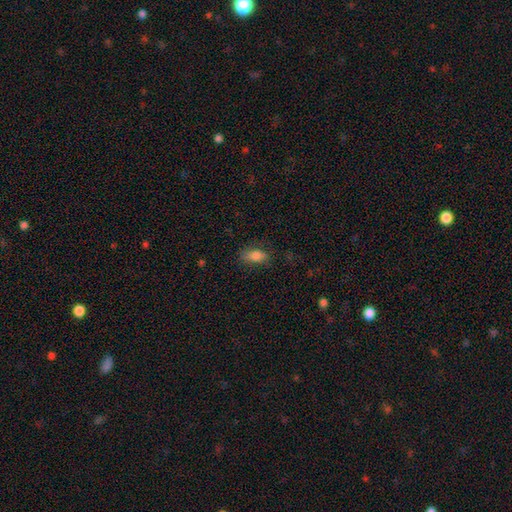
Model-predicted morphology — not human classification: Smooth or featured? Predicted: smooth (p=0.80). How rounded? Predicted: in between (p=0.85). Merging? Predicted: none (p=0.75).